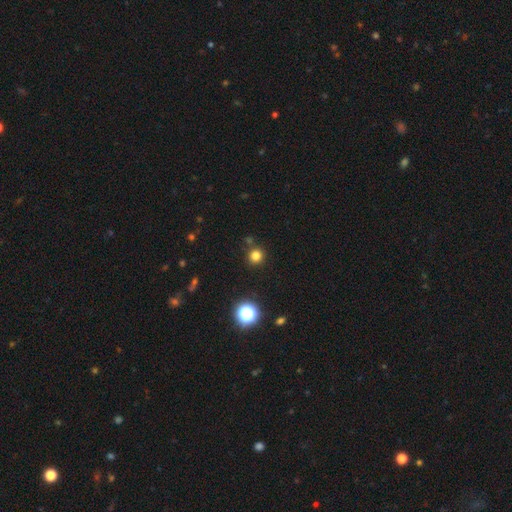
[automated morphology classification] type=smooth (78%); roundness=round (94%); merging=none (87%).